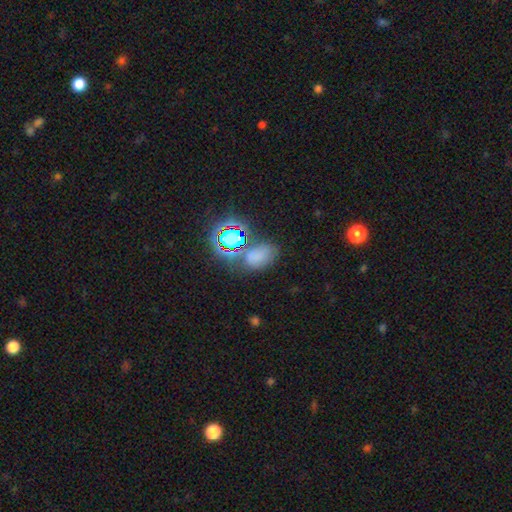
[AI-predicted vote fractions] Q: Smooth or featured?
A: smooth (56%); runner-up: star or artifact (34%)
Q: How rounded?
A: in between (81%); runner-up: round (18%)
Q: Merging?
A: none (61%); runner-up: minor disturbance (19%)